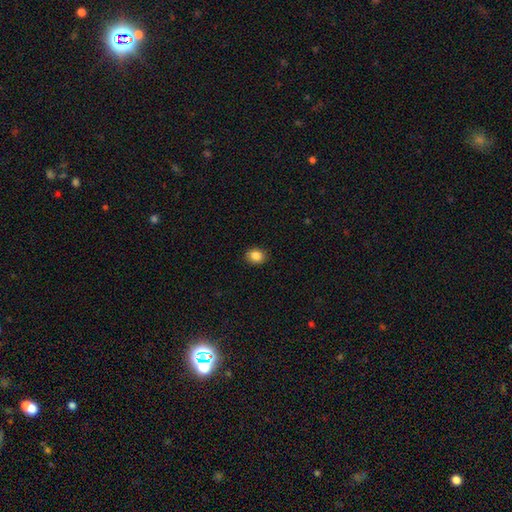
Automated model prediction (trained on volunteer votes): A smooth galaxy with no disk features (86%) that is round (57%). Merging: none (90%).